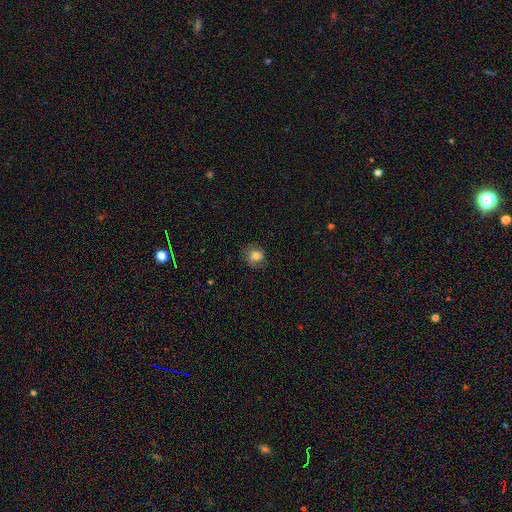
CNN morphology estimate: The model was most divided on "merging": none: 74%, minor disturbance: 18%, major disturbance: 6%, merger: 1%. More confident: how rounded — round (80%); smooth or featured — smooth (76%).